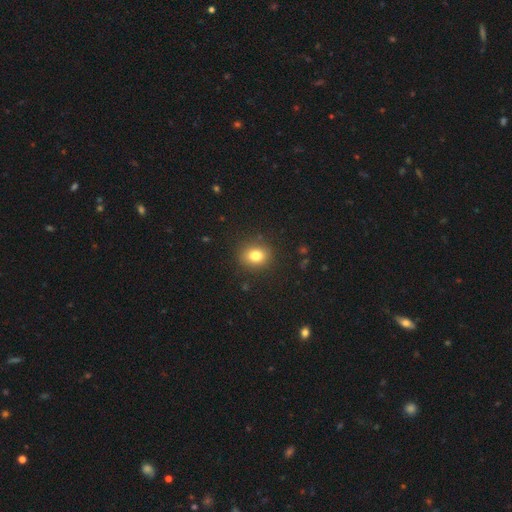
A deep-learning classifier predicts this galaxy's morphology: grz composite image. It shows a smooth galaxy with no disk features (80%) that is round (64%). Merging: none (88%).